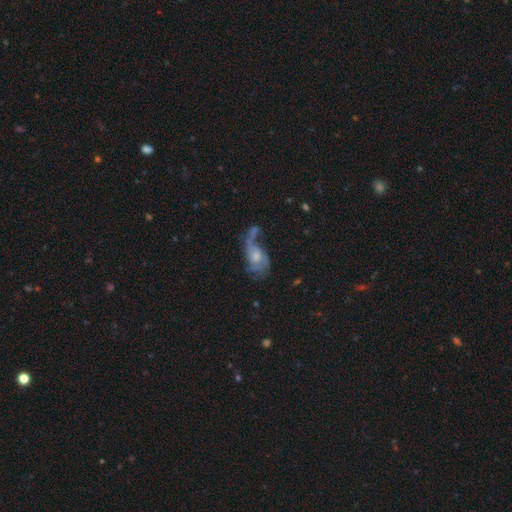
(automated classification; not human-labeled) Smooth or featured? featured or disk (64%)
Edge-on disk? no (95%)
Bar? no (73%)
Spiral arms? yes (74%)
Bulge size? moderate (44%)
Merging? major disturbance (38%)